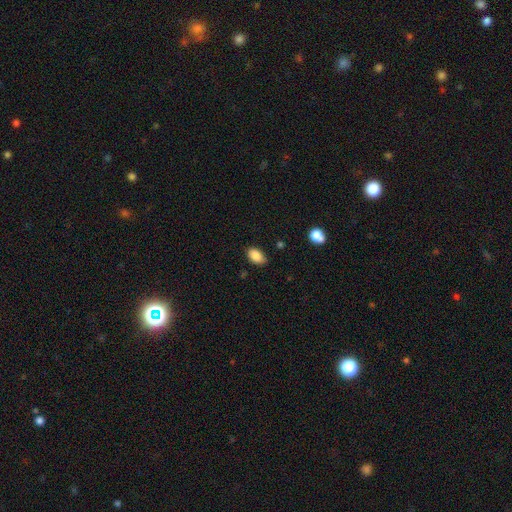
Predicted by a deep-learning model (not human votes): Morphology: type=smooth (87%); roundness=in between (91%); merging=none (79%).